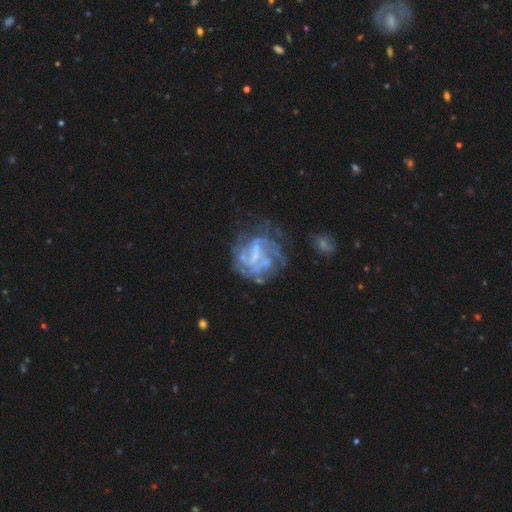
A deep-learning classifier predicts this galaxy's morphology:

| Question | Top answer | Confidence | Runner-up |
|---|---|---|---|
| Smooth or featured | featured or disk | 76% | smooth (14%) |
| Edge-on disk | no | 98% | yes (2%) |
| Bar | weak | 42% | no (40%) |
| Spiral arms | yes | 65% | no (35%) |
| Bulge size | none | 51% | small (30%) |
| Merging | none | 50% | major disturbance (25%) |